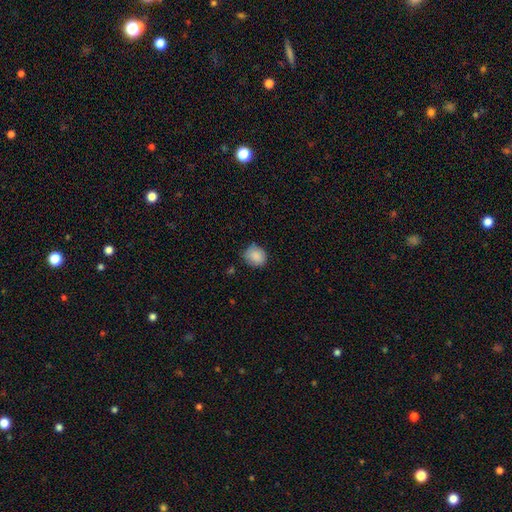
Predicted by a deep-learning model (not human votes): Q: Smooth or featured?
A: smooth (87%); runner-up: star or artifact (8%)
Q: How rounded?
A: round (69%); runner-up: in between (30%)
Q: Merging?
A: none (73%); runner-up: minor disturbance (22%)